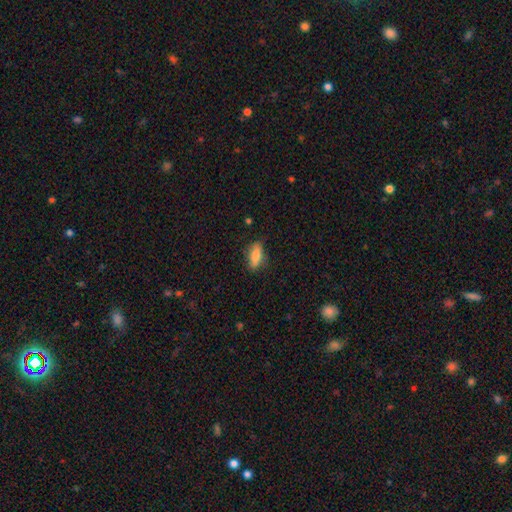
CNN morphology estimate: A smooth galaxy with no disk features (80%) that is in between round and cigar-shaped (64%).

Vote fractions:
- Smooth or featured? smooth: 80% / featured or disk: 13% / star or artifact: 7%
- How rounded? in between: 64% / cigar-shaped: 34% / round: 3%
- Merging? none: 80% / minor disturbance: 15% / major disturbance: 4% / merger: 1%